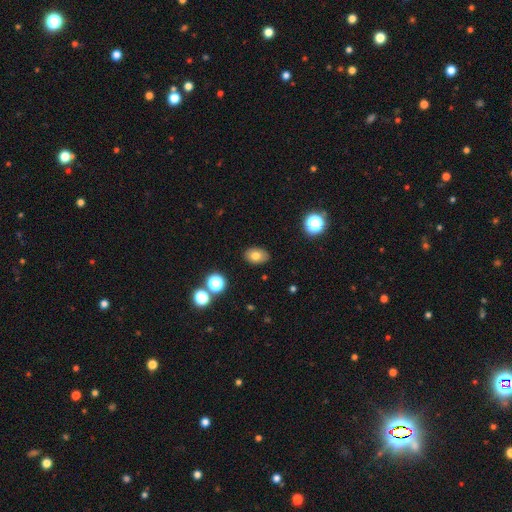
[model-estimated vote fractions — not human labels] smooth-or-featured: smooth: 76% | featured or disk: 13% | star or artifact: 11%
  how-rounded: in between: 80% | round: 19% | cigar-shaped: 1%
  merging: none: 87% | minor disturbance: 9% | major disturbance: 2% | merger: 2%